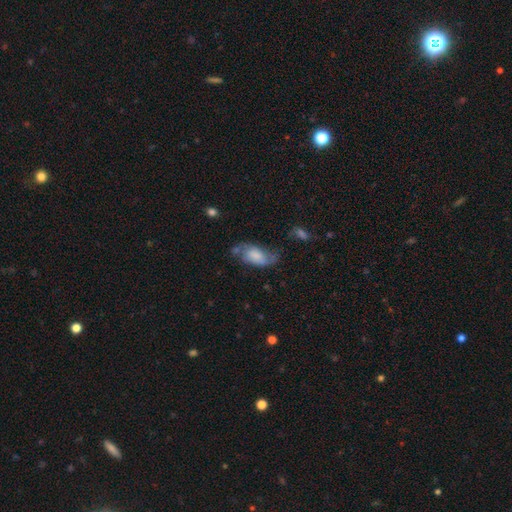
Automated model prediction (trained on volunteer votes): smooth 58%, featured or disk 34%, star or artifact 8%. Down the decision tree: how rounded — in between (90%); merging — none (41%).